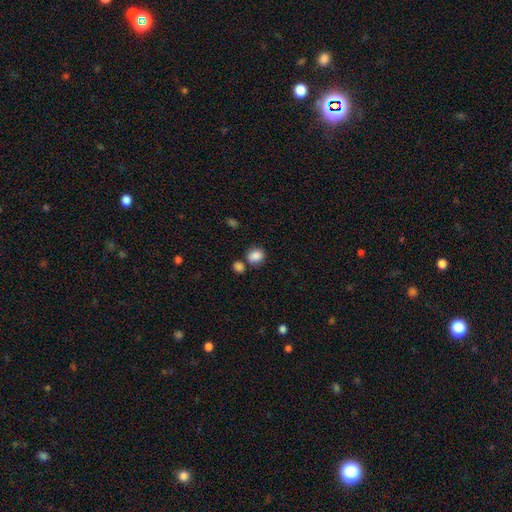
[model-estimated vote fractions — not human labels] This appears to be a smooth galaxy with no disk features (86%) that is round (65%). Merging: none (66%).